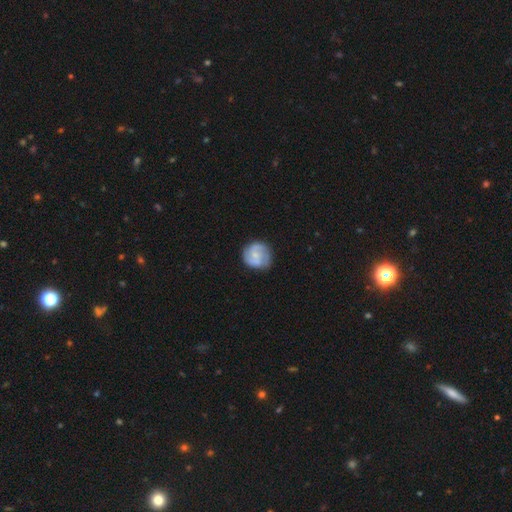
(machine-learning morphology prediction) Smooth or featured: featured or disk — 61% (smooth — 33%)
Edge-on disk: no — 98% (yes — 2%)
Bar: no — 55% (weak — 39%)
Spiral arms: yes — 88% (no — 12%)
Spiral winding: medium — 46% (tight — 33%)
Spiral arm count: 2 — 68% (can't tell — 15%)
Bulge size: small — 59% (moderate — 26%)
Merging: none — 73% (minor disturbance — 20%)